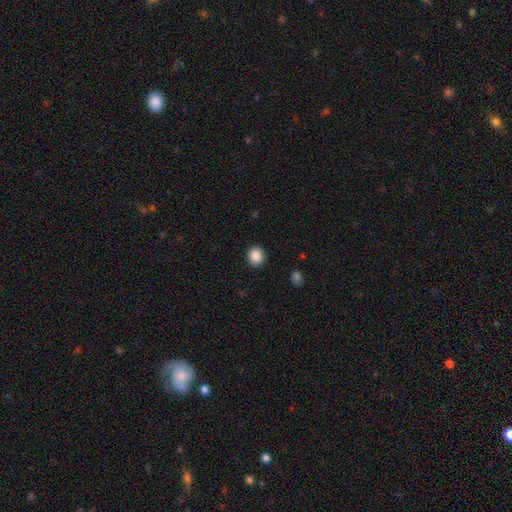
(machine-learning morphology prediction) A smooth galaxy with no disk features (88%) that is round (76%). Merging: none (91%).